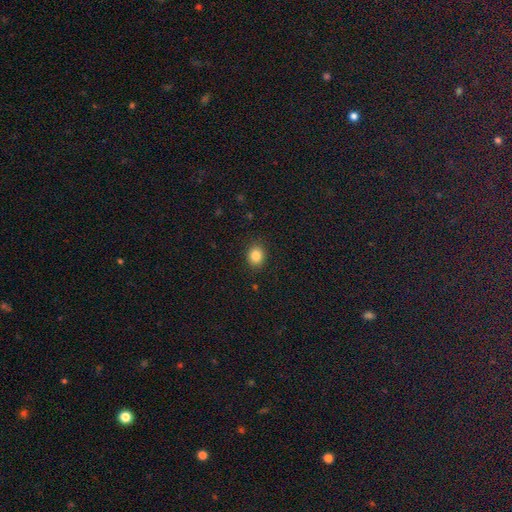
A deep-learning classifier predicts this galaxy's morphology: The model was most divided on "how rounded": round: 63%, in between: 36%, cigar-shaped: 1%. More confident: merging — none (89%); smooth or featured — smooth (85%).